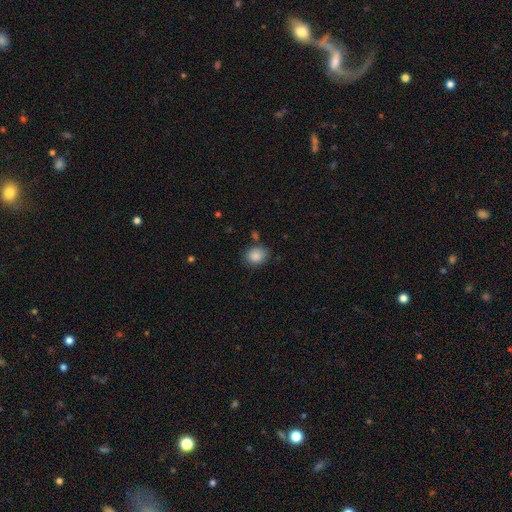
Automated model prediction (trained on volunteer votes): The model was most divided on "how rounded": round: 53%, in between: 46%, cigar-shaped: 1%. More confident: smooth or featured — smooth (86%); merging — none (74%).